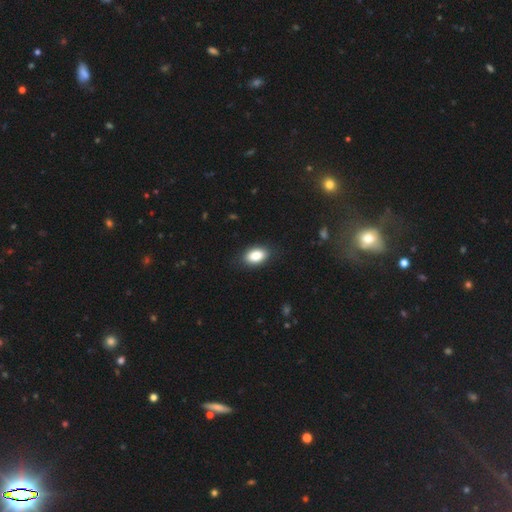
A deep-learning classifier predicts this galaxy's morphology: Smooth or featured: smooth — 86% (star or artifact — 8%)
How rounded: in between — 91% (round — 7%)
Merging: none — 87% (minor disturbance — 10%)